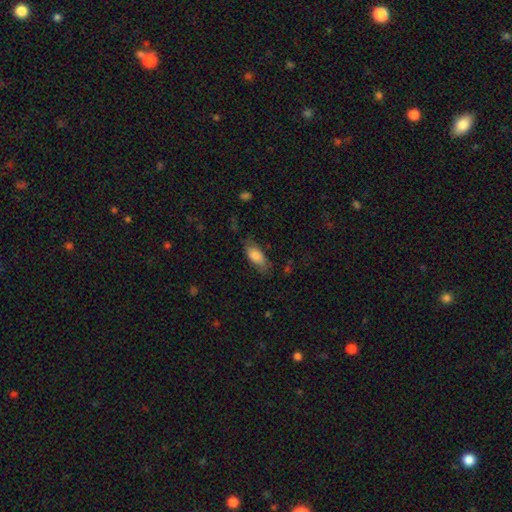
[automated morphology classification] This is clearly a smooth galaxy (82%). How rounded: clearly in between (86%). Merging: likely none (65%).